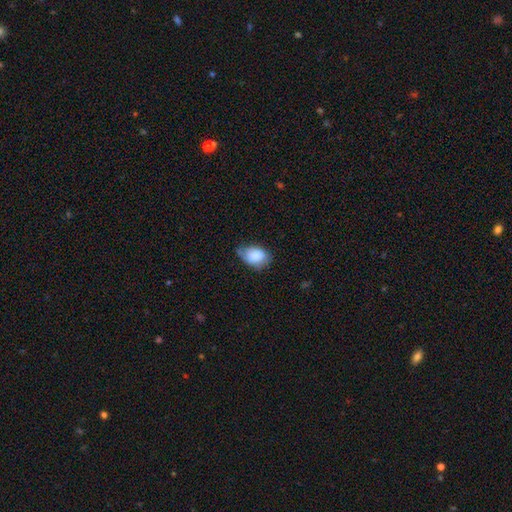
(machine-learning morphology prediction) A smooth galaxy with no disk features (79%) that is in between round and cigar-shaped (84%).

Vote fractions:
- Smooth or featured? smooth: 79% / featured or disk: 14% / star or artifact: 7%
- How rounded? in between: 84% / round: 15% / cigar-shaped: 1%
- Merging? minor disturbance: 45% / none: 40% / major disturbance: 13% / merger: 2%